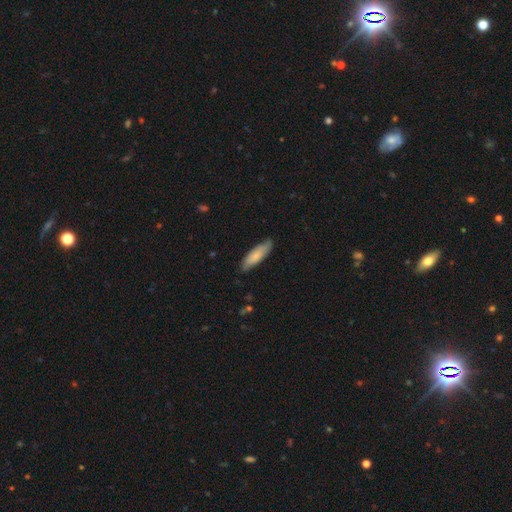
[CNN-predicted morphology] A smooth galaxy with no disk features (76%) that is cigar-shaped (56%).

Vote fractions:
- Smooth or featured? smooth: 76% / featured or disk: 19% / star or artifact: 5%
- How rounded? cigar-shaped: 56% / in between: 42% / round: 1%
- Merging? none: 80% / minor disturbance: 16% / major disturbance: 2% / merger: 1%